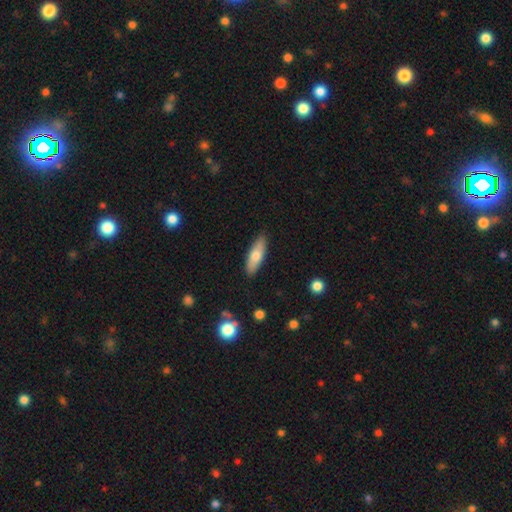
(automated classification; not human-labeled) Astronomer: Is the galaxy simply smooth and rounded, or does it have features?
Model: smooth — 69%.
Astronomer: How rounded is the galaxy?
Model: in between — 55% (runner-up: cigar-shaped, 43%).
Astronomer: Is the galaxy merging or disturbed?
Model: none — 87%.